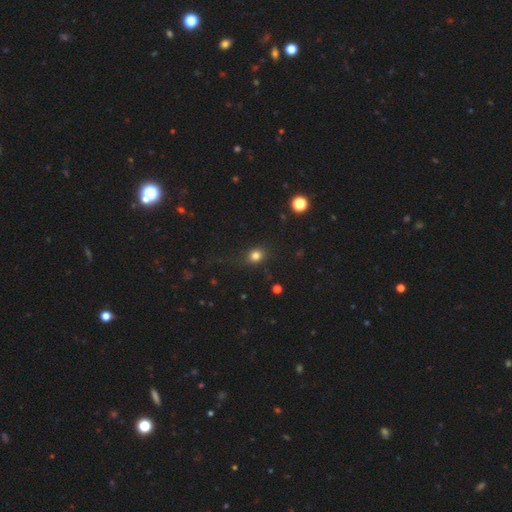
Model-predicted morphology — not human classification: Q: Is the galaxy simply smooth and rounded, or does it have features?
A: smooth — 79%.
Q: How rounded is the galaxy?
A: round — 65%.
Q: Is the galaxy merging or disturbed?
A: none — 75%.